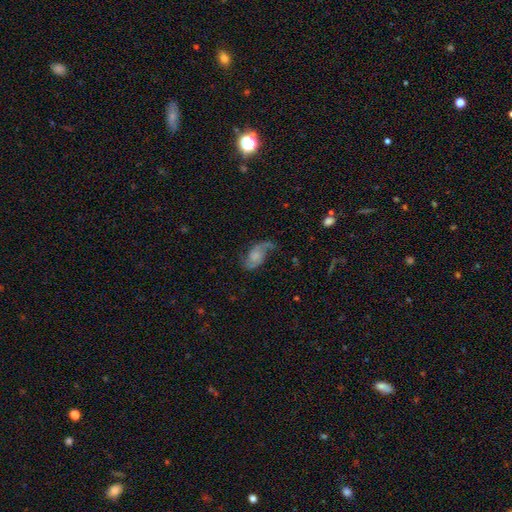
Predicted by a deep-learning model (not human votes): Smooth or featured? Predicted: featured or disk (p=0.74). Edge-on disk? Predicted: no (p=0.97). Bar? Predicted: no (p=0.65). Spiral arms? Predicted: yes (p=0.93). Spiral winding? Predicted: loose (p=0.57). Spiral arm count? Predicted: 2 (p=0.85). Bulge size? Predicted: small (p=0.37). Merging? Predicted: none (p=0.57).